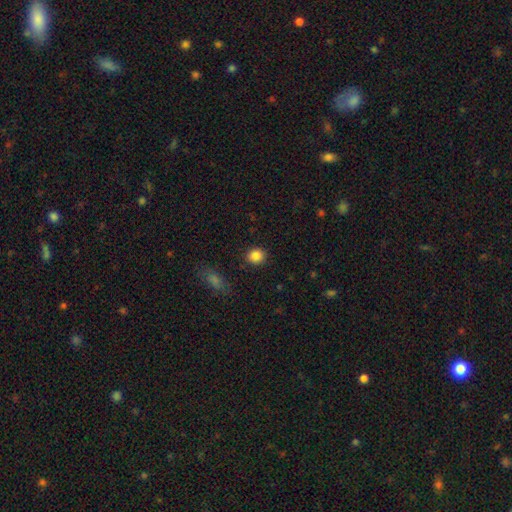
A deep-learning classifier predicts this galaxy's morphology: smooth_or_featured: smooth (p=0.86) [alt: star or artifact p=0.10]
how_rounded: round (p=0.80) [alt: in between p=0.18]
merging: none (p=0.89) [alt: minor disturbance p=0.07]